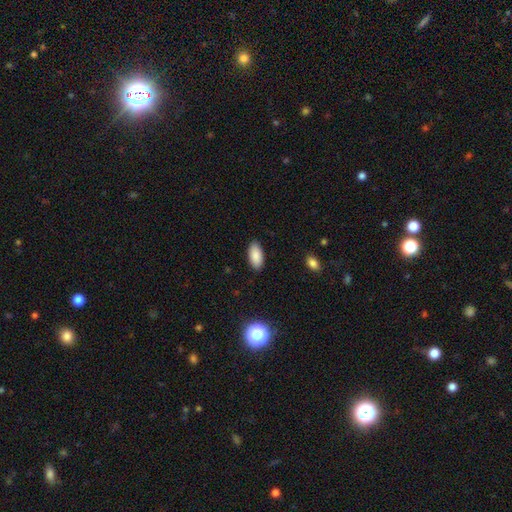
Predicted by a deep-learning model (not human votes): smooth-or-featured: smooth: 88% | star or artifact: 7% | featured or disk: 5%
  how-rounded: in between: 93% | cigar-shaped: 5% | round: 2%
  merging: none: 88% | minor disturbance: 9% | major disturbance: 2% | merger: 1%